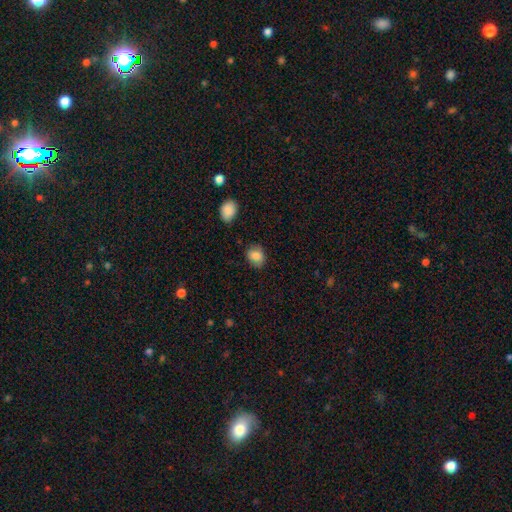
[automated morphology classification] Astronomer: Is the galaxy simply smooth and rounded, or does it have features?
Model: smooth — 84%.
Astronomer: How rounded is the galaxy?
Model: round — 55% (runner-up: in between, 44%).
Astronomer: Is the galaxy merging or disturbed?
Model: none — 80%.